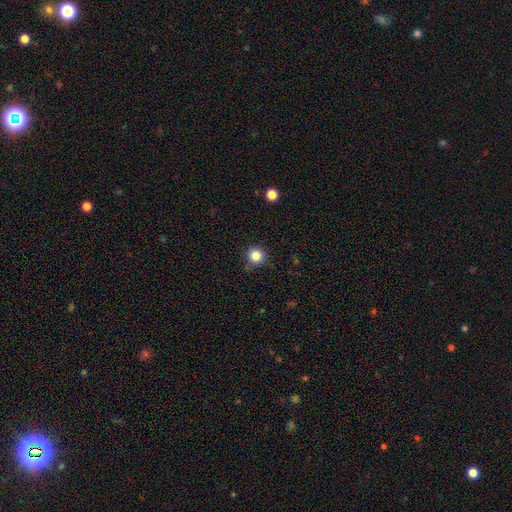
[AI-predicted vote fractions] This is clearly a smooth galaxy (83%). How rounded: clearly round (95%). Merging: clearly none (87%).